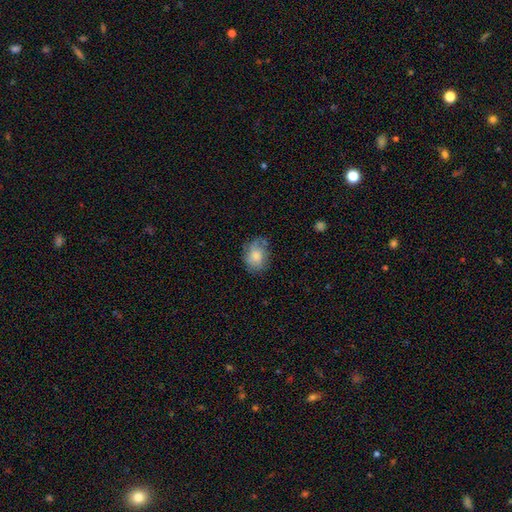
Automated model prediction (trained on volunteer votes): The model was most divided on "how rounded": in between: 64%, round: 35%, cigar-shaped: 1%. More confident: smooth or featured — smooth (78%); merging — none (65%).